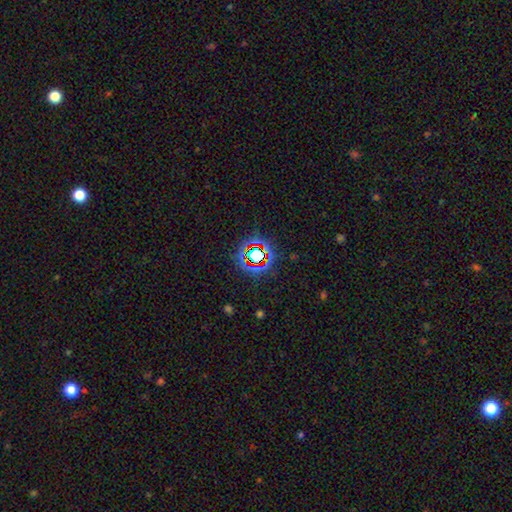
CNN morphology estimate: A star or artifact, not a galaxy (68%).

Vote fractions:
- Smooth or featured? star or artifact: 68% / smooth: 20% / featured or disk: 12%